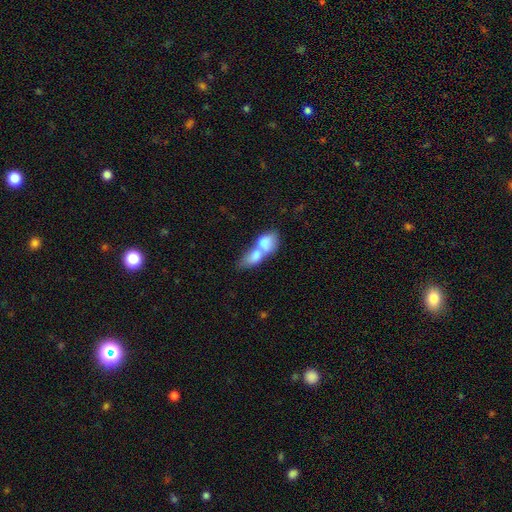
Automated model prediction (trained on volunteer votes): Smooth or featured? Predicted: smooth (p=0.72). How rounded? Predicted: in between (p=0.76). Merging? Predicted: merger (p=0.81).